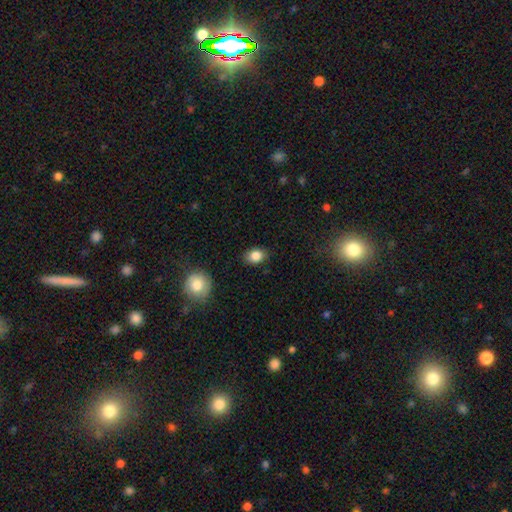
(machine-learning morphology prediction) This is clearly a smooth galaxy (85%). How rounded: likely in between (67%). Merging: clearly none (84%).